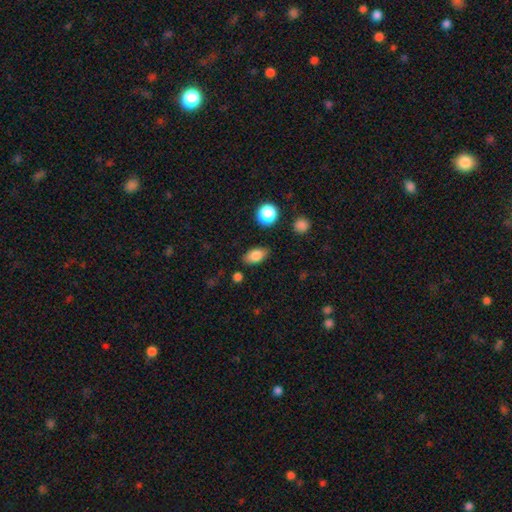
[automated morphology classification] Q: Smooth or featured?
A: smooth (81%); runner-up: featured or disk (11%)
Q: How rounded?
A: in between (86%); runner-up: round (10%)
Q: Merging?
A: none (83%); runner-up: minor disturbance (12%)